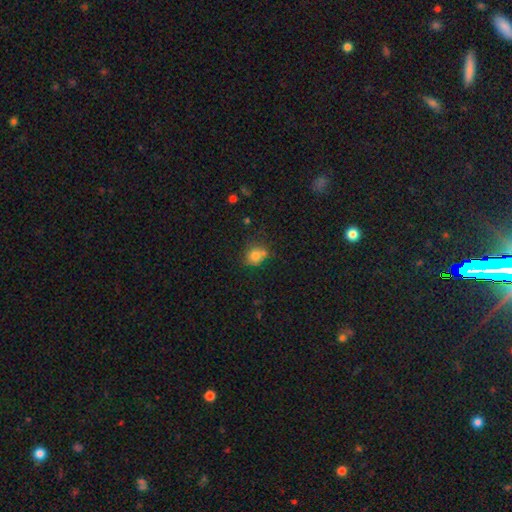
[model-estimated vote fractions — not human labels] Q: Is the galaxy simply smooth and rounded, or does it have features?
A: smooth — 77%.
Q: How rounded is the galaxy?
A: round — 65%.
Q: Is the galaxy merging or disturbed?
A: none — 58%.